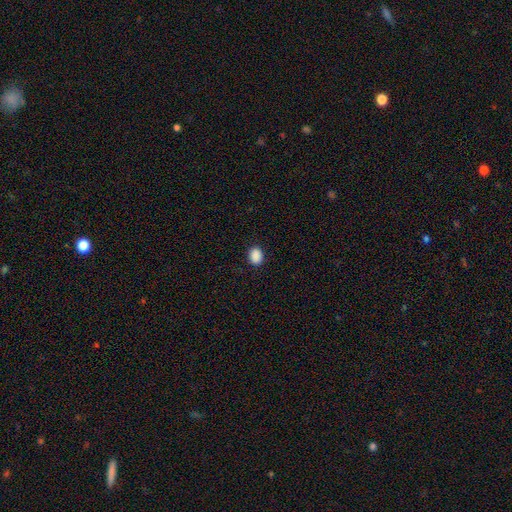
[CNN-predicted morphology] smooth 90%, star or artifact 8%, featured or disk 2%. Down the decision tree: how rounded — in between (65%); merging — none (89%).